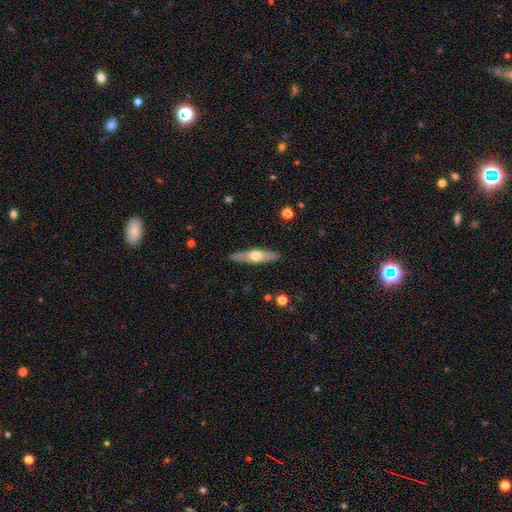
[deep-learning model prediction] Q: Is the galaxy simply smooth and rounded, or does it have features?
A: featured or disk — 49%.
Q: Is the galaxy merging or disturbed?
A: none — 88%.